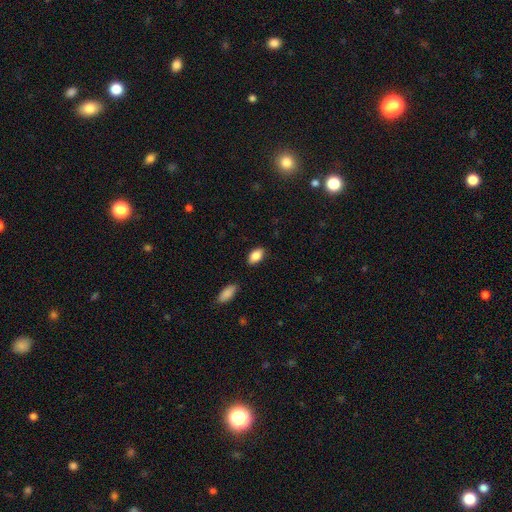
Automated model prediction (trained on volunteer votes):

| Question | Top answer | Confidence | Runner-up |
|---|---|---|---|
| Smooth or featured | smooth | 86% | star or artifact (7%) |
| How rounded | in between | 92% | round (5%) |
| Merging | none | 84% | minor disturbance (11%) |